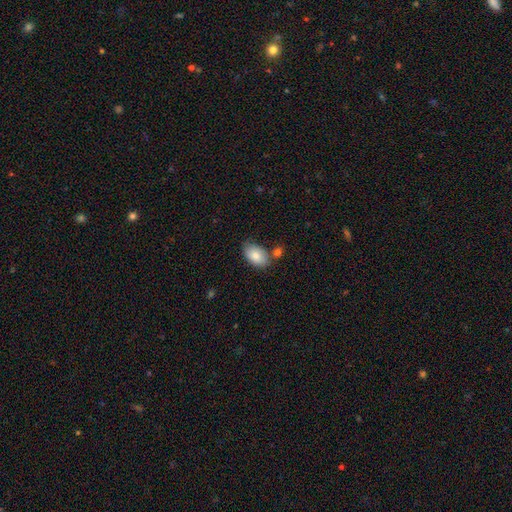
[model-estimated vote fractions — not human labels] Morphology: type=smooth (82%); roundness=in between (92%); merging=none (67%).